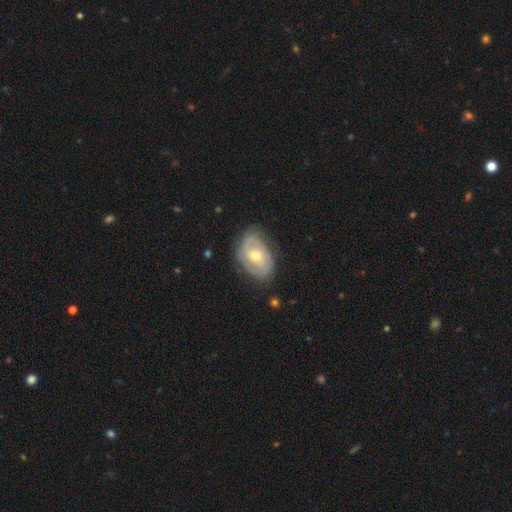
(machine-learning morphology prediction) Q: Smooth or featured?
A: featured or disk (75%); runner-up: smooth (19%)
Q: Edge-on disk?
A: no (96%); runner-up: yes (4%)
Q: Bar?
A: no (56%); runner-up: weak (34%)
Q: Spiral arms?
A: yes (83%); runner-up: no (17%)
Q: Spiral winding?
A: tight (56%); runner-up: medium (32%)
Q: Spiral arm count?
A: 2 (54%); runner-up: can't tell (28%)
Q: Bulge size?
A: moderate (54%); runner-up: small (43%)
Q: Merging?
A: none (71%); runner-up: minor disturbance (21%)